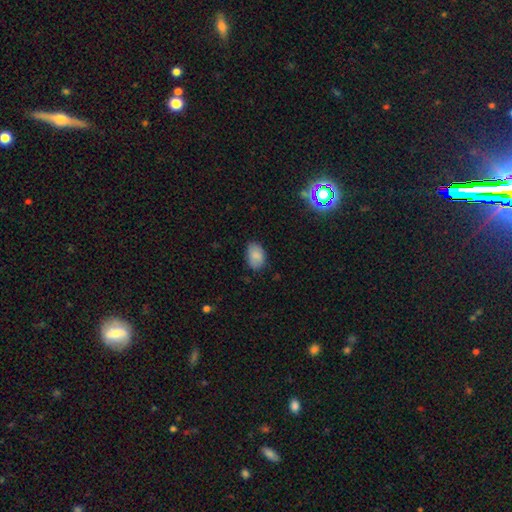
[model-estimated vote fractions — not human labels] A smooth galaxy with no disk features (86%) that is in between round and cigar-shaped (86%). Merging: none (77%).